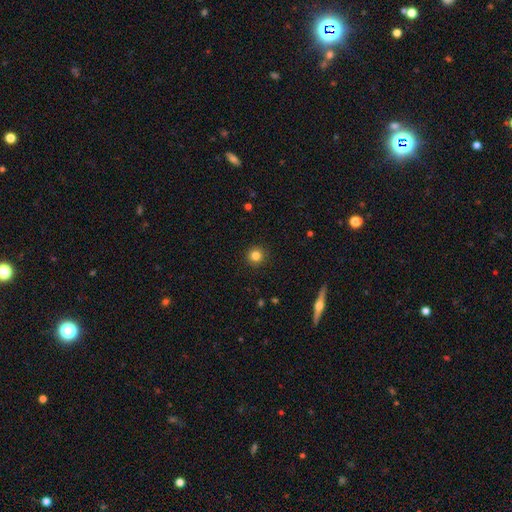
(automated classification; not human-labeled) Smooth or featured?
  - smooth: 83% *
  - star or artifact: 12%
  - featured or disk: 6%
How rounded?
  - round: 95% *
  - in between: 4%
  - cigar-shaped: 1%
Merging?
  - none: 92% *
  - minor disturbance: 5%
  - major disturbance: 2%
  - merger: 1%